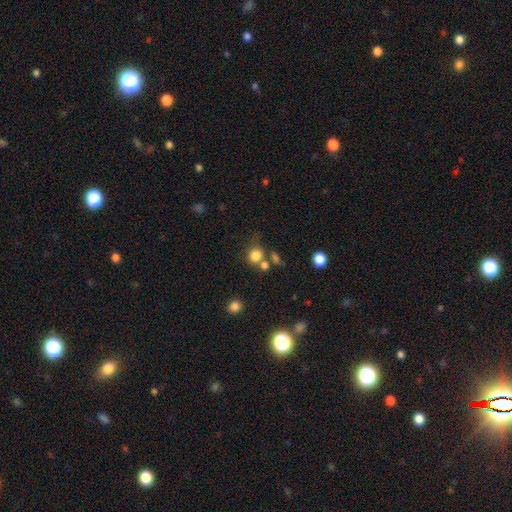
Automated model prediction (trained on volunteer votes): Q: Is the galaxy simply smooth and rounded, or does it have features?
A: smooth — 80%.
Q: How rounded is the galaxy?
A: round — 78%.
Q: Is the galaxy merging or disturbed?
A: none — 55%.